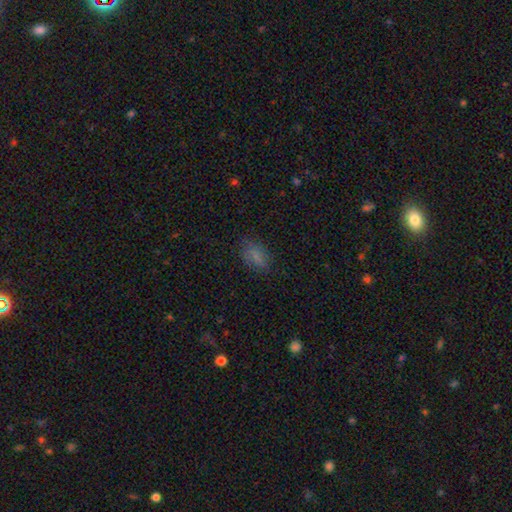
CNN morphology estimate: A smooth galaxy with no disk features (73%) that is in between round and cigar-shaped (87%). Merging: none (72%).